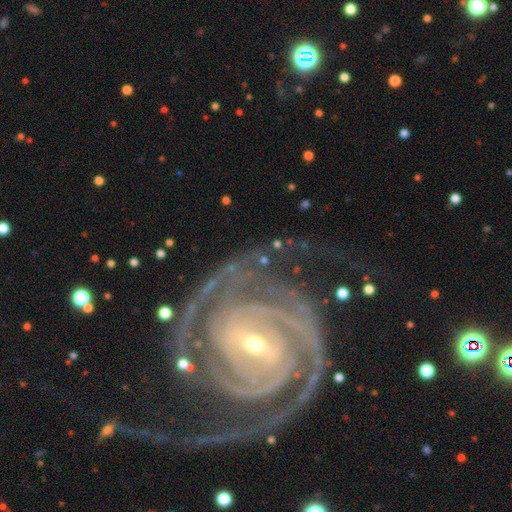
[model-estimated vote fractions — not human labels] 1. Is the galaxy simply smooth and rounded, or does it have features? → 92% featured or disk, 5% star or artifact, 3% smooth.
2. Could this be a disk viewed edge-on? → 97% no, 3% yes.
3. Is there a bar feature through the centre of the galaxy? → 43% strong, 35% weak, 21% no.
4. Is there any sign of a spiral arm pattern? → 98% yes, 2% no.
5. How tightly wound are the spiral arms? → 78% tight, 18% medium, 3% loose.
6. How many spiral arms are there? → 53% 2, 15% 3, 12% can't tell, 8% 4, 6% more than 4, 6% 1.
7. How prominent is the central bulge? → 68% small, 28% moderate, 2% large, 1% none, 1% dominant.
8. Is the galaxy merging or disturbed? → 66% none, 16% minor disturbance, 14% major disturbance, 3% merger.